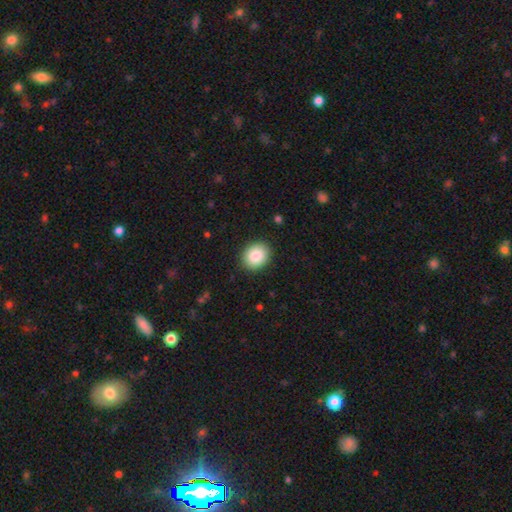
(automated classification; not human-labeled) A smooth galaxy with no disk features (87%) that is round (54%).

Vote fractions:
- Smooth or featured? smooth: 87% / star or artifact: 8% / featured or disk: 6%
- How rounded? round: 54% / in between: 46% / cigar-shaped: 1%
- Merging? none: 90% / minor disturbance: 7% / major disturbance: 2% / merger: 1%